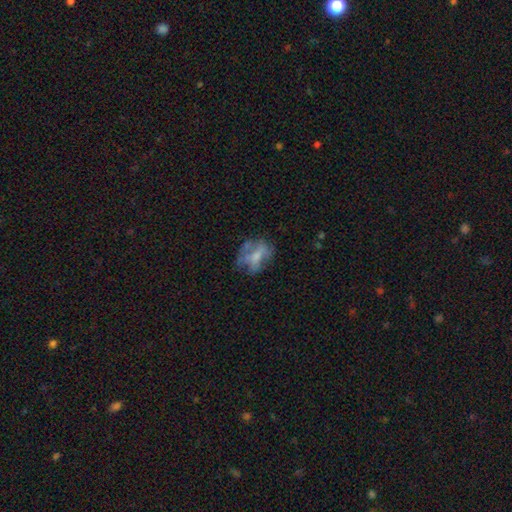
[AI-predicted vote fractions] Overall: smooth (45%; featured or disk 44%). Merging: none (48%; major disturbance 24%).